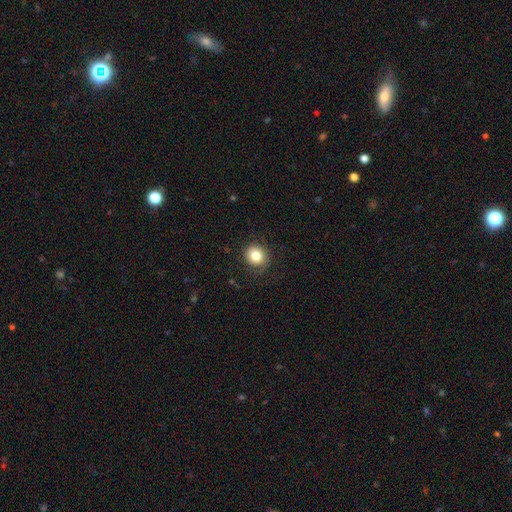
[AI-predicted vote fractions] Smooth or featured? Predicted: smooth (p=0.82). How rounded? Predicted: round (p=0.87). Merging? Predicted: none (p=0.84).